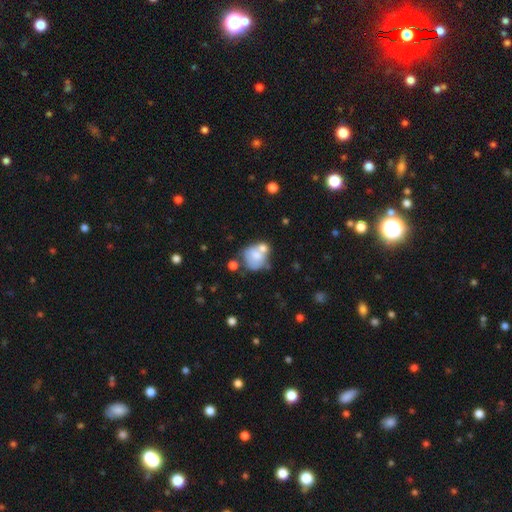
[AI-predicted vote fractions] Smooth or featured?
  - smooth: 60% *
  - featured or disk: 31%
  - star or artifact: 8%
How rounded?
  - round: 63% *
  - in between: 36%
  - cigar-shaped: 1%
Merging?
  - merger: 43% *
  - none: 30%
  - minor disturbance: 17%
  - major disturbance: 10%